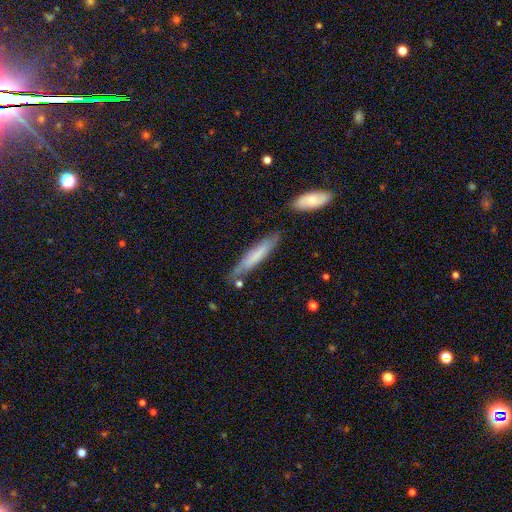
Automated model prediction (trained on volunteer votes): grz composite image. It shows a smooth galaxy with no disk features (66%) that is cigar-shaped (89%). Merging: none (73%).